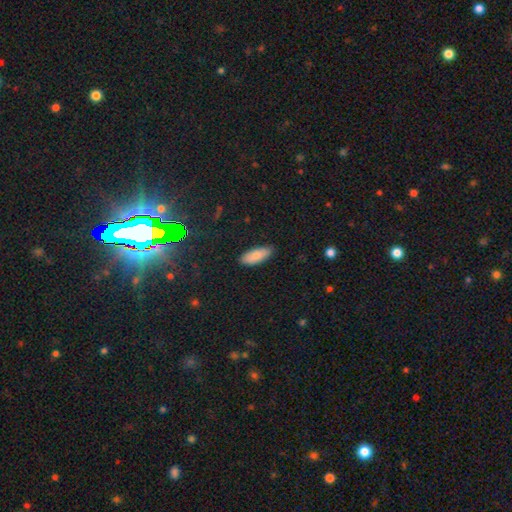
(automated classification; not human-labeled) Morphology: type=smooth (86%); roundness=in between (79%); merging=none (87%).